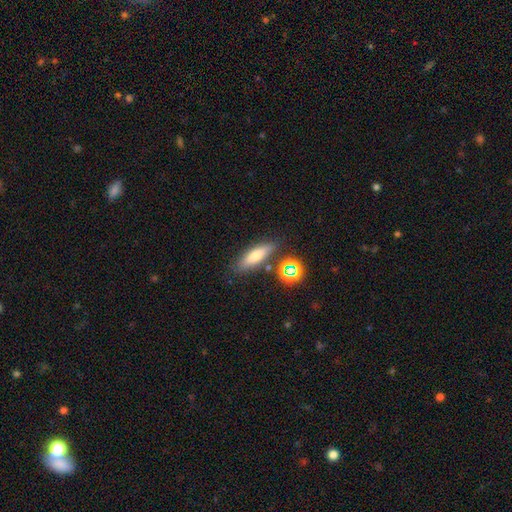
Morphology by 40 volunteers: type=smooth (70%); roundness=cigar-shaped (54%); merging=none (82%).